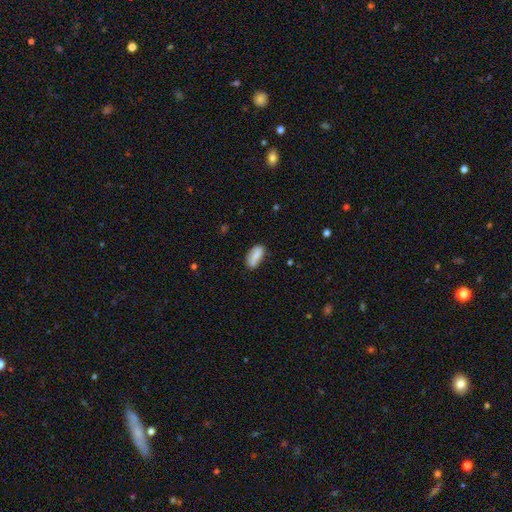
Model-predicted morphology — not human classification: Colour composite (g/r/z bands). It shows a smooth galaxy with no disk features (73%) that is in between round and cigar-shaped (83%). Merging: none (73%).